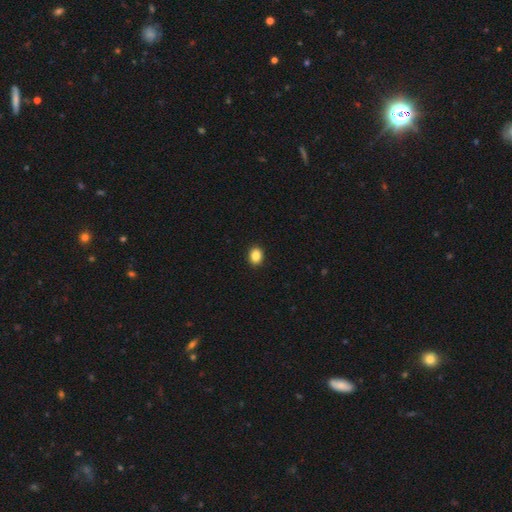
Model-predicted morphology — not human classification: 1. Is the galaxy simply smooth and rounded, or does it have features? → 87% smooth, 9% star or artifact, 4% featured or disk.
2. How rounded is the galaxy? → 53% in between, 46% round, 1% cigar-shaped.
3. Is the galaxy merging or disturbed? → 92% none, 5% minor disturbance, 2% major disturbance, 1% merger.